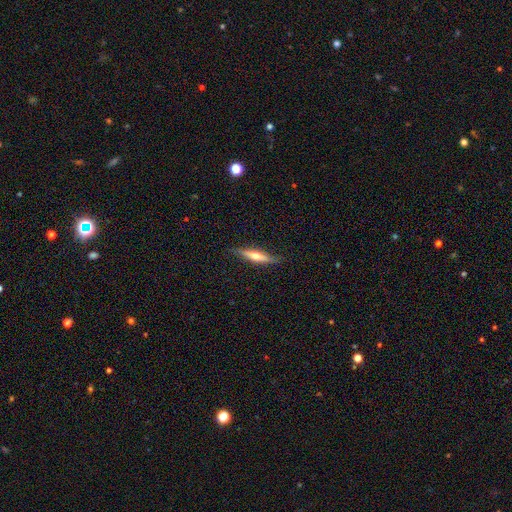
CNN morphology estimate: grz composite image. It shows a featured or disk galaxy (60%) viewed edge-on (94%) with a rounded central bulge (88%). Merging: none (84%).